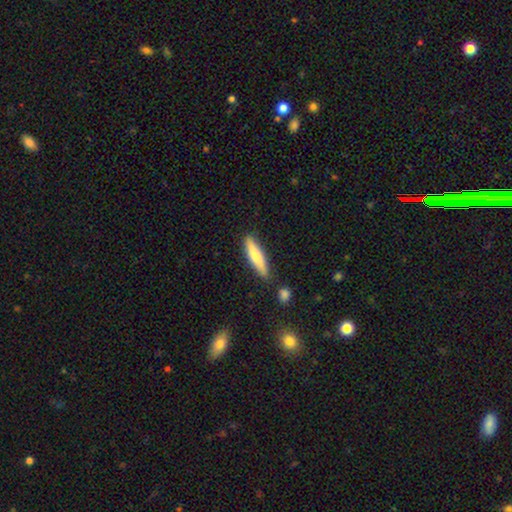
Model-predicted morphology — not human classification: This appears to be a smooth galaxy with no disk features (74%) that is cigar-shaped (84%). Merging: none (80%).